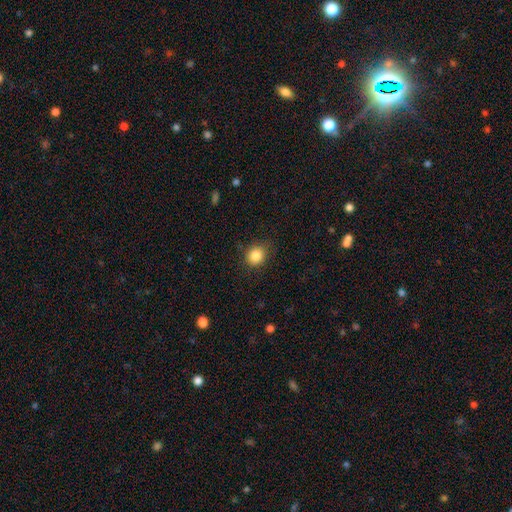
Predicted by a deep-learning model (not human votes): The model was most divided on "how rounded": round: 81%, in between: 18%, cigar-shaped: 1%. More confident: smooth or featured — smooth (85%); merging — none (81%).